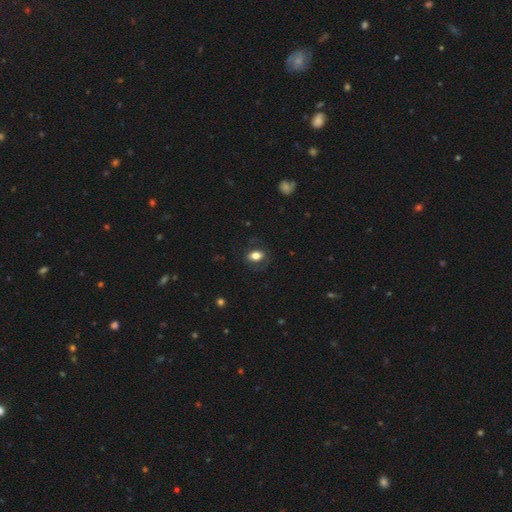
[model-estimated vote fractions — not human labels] Smooth or featured? smooth (69%)
How rounded? in between (78%)
Merging? none (74%)